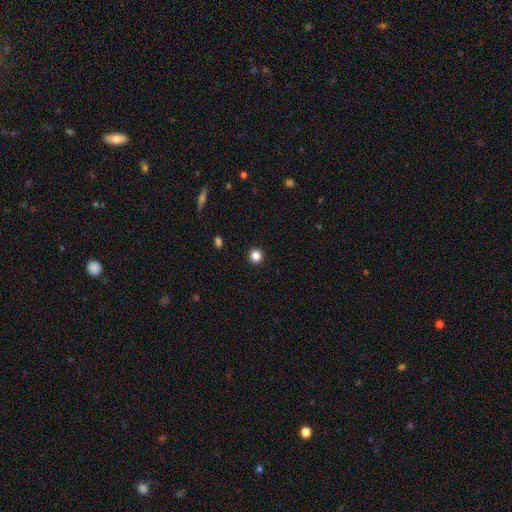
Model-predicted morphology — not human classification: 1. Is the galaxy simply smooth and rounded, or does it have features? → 85% smooth, 12% star or artifact, 4% featured or disk.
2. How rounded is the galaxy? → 93% round, 6% in between, 1% cigar-shaped.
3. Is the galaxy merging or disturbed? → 93% none, 4% minor disturbance, 2% major disturbance, 1% merger.